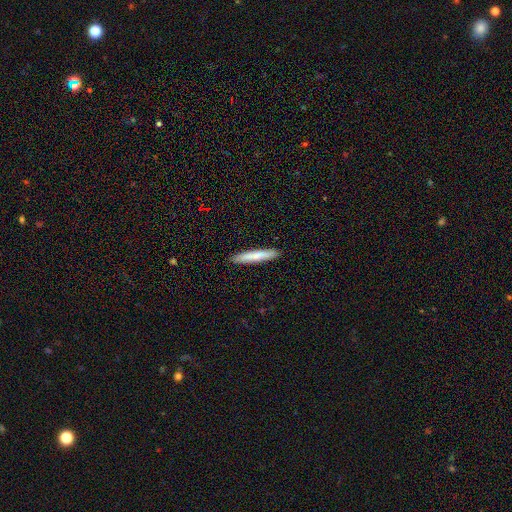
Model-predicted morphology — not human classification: Smooth or featured: smooth — 78% (featured or disk — 17%)
How rounded: cigar-shaped — 94% (in between — 4%)
Merging: none — 92% (minor disturbance — 6%)